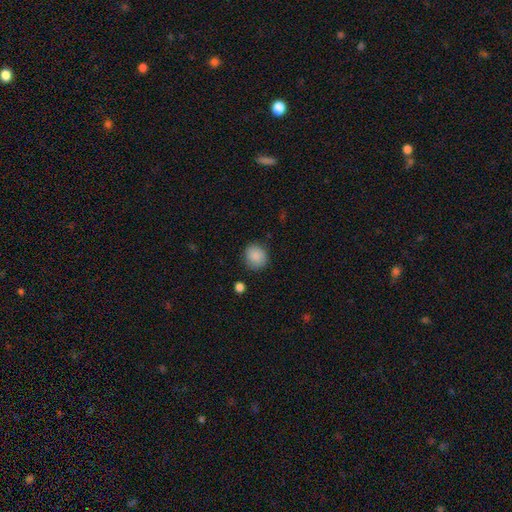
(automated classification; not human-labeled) This is clearly a smooth galaxy (88%). How rounded: clearly round (83%). Merging: clearly none (83%).